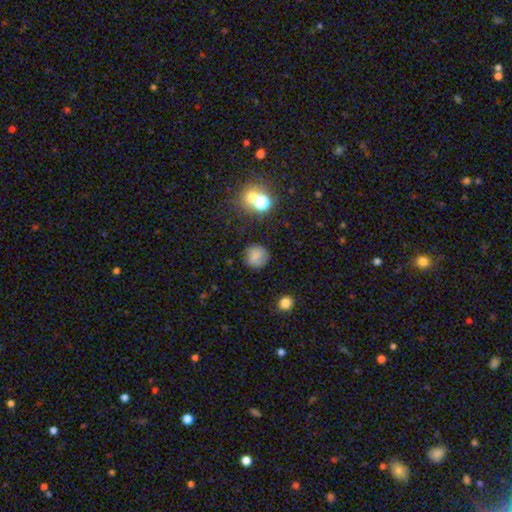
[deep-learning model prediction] The model was most divided on "merging": none: 75%, minor disturbance: 16%, major disturbance: 6%, merger: 3%. More confident: how rounded — round (86%); smooth or featured — smooth (75%).